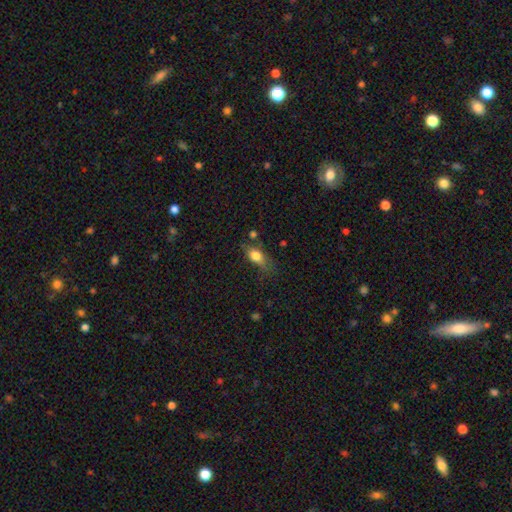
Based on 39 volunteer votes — A smooth galaxy with no disk features (54%) that is in between round and cigar-shaped (71%). Merging: none (53%).